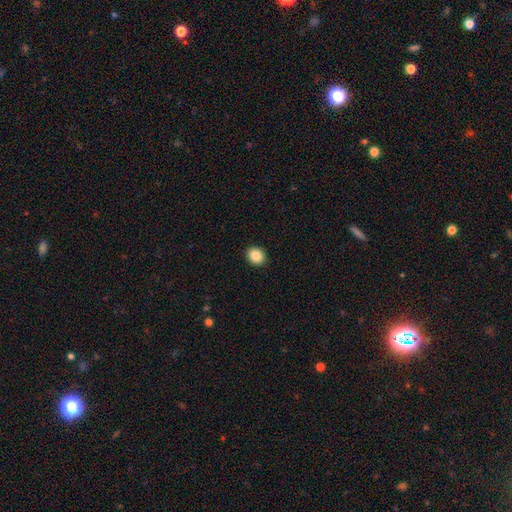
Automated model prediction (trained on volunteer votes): Q: Smooth or featured?
A: smooth (88%); runner-up: star or artifact (9%)
Q: How rounded?
A: round (63%); runner-up: in between (36%)
Q: Merging?
A: none (92%); runner-up: minor disturbance (5%)